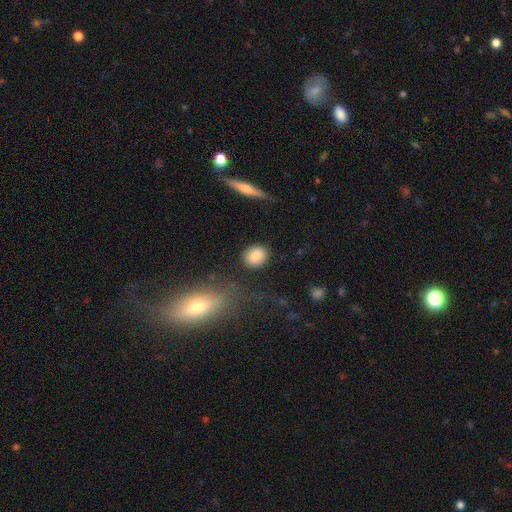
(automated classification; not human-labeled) Smooth or featured? smooth (86%)
How rounded? round (67%)
Merging? none (85%)